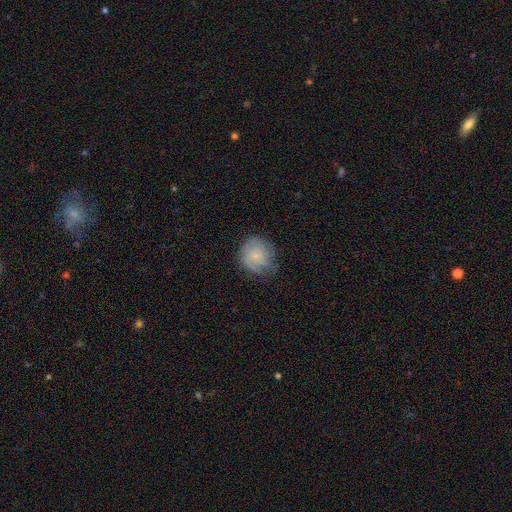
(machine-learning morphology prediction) Smooth or featured? smooth (50%)
Merging? none (63%)